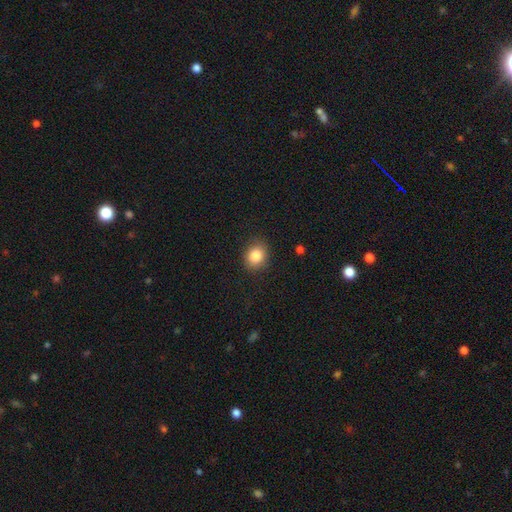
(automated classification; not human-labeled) A smooth galaxy with no disk features (85%) that is round (64%). Merging: none (86%).